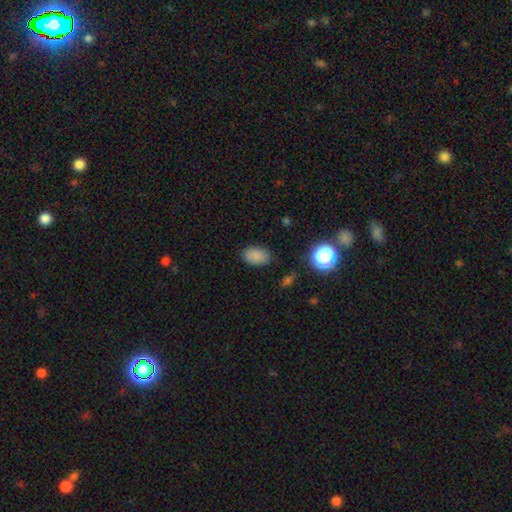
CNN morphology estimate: Smooth or featured? Predicted: smooth (p=0.84). How rounded? Predicted: in between (p=0.87). Merging? Predicted: none (p=0.84).